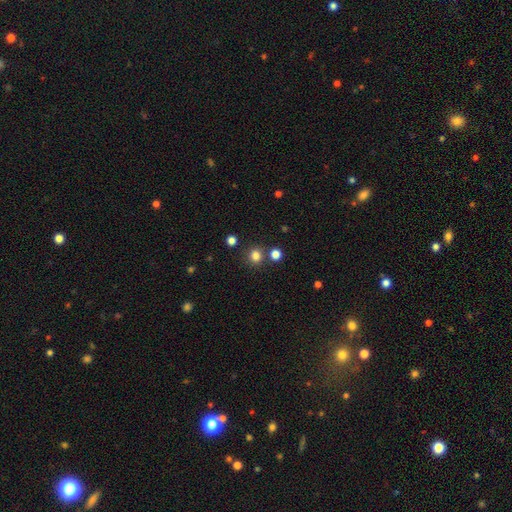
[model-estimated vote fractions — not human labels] Q: Smooth or featured?
A: smooth (80%); runner-up: star or artifact (15%)
Q: How rounded?
A: round (88%); runner-up: in between (11%)
Q: Merging?
A: none (80%); runner-up: merger (10%)